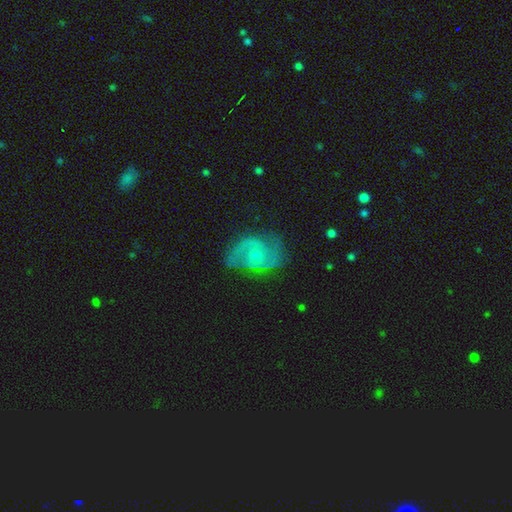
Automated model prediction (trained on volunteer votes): Morphology: type=featured or disk (80%); edge-on=no (97%); bar=no (60%); spiral arms=yes (92%); winding=medium (51%); arm count=2 (80%); bulge=small (53%); merging=none (66%).